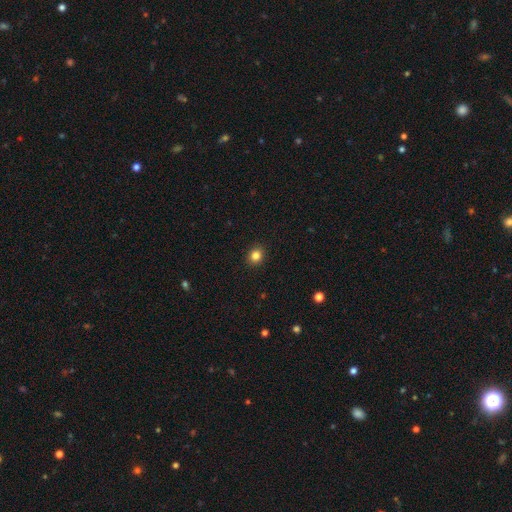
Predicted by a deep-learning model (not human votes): Smooth or featured? Predicted: smooth (p=0.84). How rounded? Predicted: round (p=0.74). Merging? Predicted: none (p=0.91).